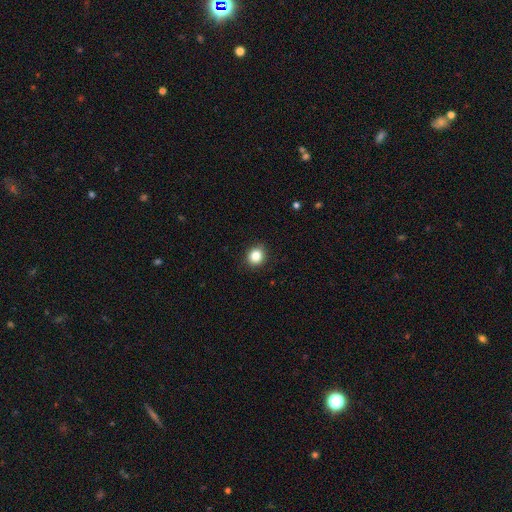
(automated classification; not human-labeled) smooth 84%, star or artifact 11%, featured or disk 5%. Down the decision tree: how rounded — round (79%); merging — none (90%).